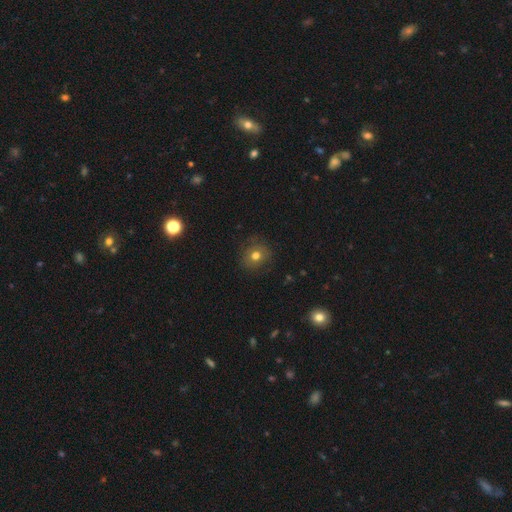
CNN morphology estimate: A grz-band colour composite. It shows a smooth galaxy with no disk features (69%) that is round (82%). Merging: none (81%).